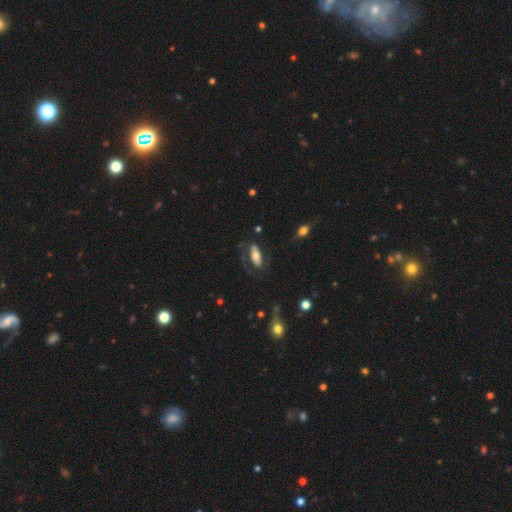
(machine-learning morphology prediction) type=smooth (55%); roundness=in between (77%); merging=none (57%).